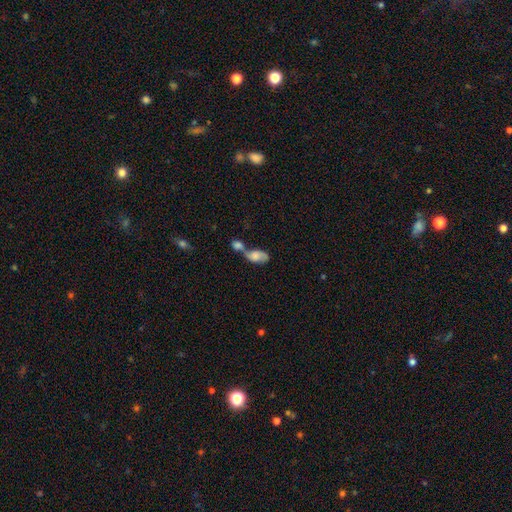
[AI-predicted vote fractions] smooth-or-featured: smooth: 57% | featured or disk: 35% | star or artifact: 8%
  how-rounded: in between: 85% | round: 9% | cigar-shaped: 5%
  merging: merger: 71% | none: 15% | minor disturbance: 8% | major disturbance: 7%